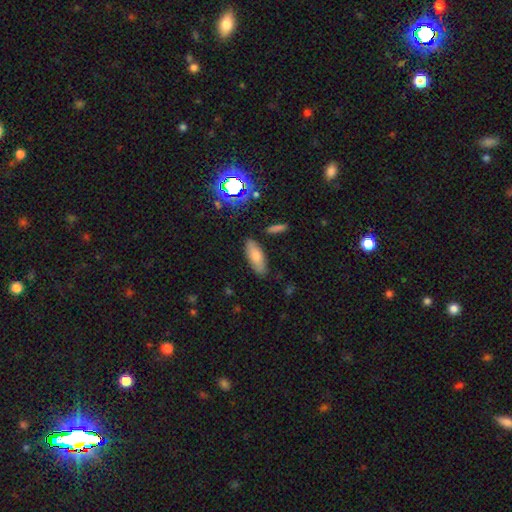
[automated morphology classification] A smooth galaxy with no disk features (72%) that is in between round and cigar-shaped (77%). Merging: none (83%).